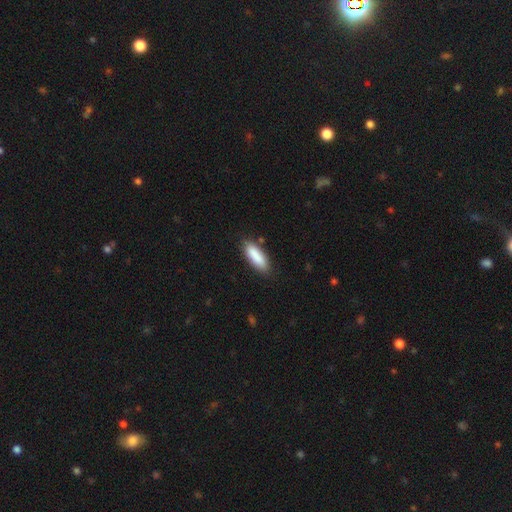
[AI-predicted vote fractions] smooth_or_featured: smooth (p=0.88) [alt: featured or disk p=0.06]
how_rounded: in between (p=0.58) [alt: cigar-shaped p=0.40]
merging: none (p=0.83) [alt: minor disturbance p=0.12]